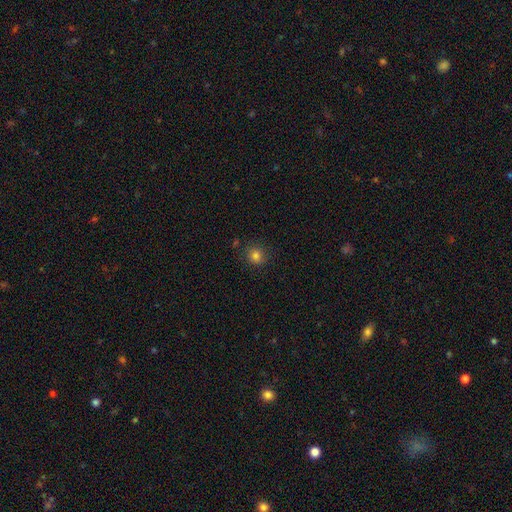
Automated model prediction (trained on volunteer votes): A smooth galaxy with no disk features (80%) that is round (87%).

Vote fractions:
- Smooth or featured? smooth: 80% / star or artifact: 14% / featured or disk: 6%
- How rounded? round: 87% / in between: 12% / cigar-shaped: 1%
- Merging? none: 86% / minor disturbance: 9% / major disturbance: 2% / merger: 2%